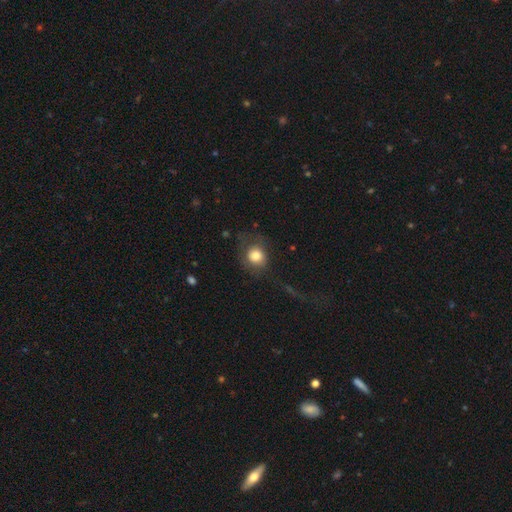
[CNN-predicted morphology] The model was most divided on "merging": none: 58%, major disturbance: 20%, minor disturbance: 20%, merger: 2%. More confident: smooth or featured — smooth (77%); how rounded — round (75%).